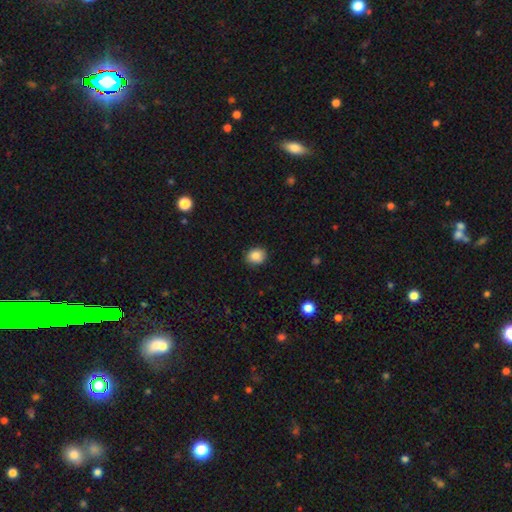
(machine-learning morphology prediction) type=smooth (86%); roundness=round (59%); merging=none (87%).